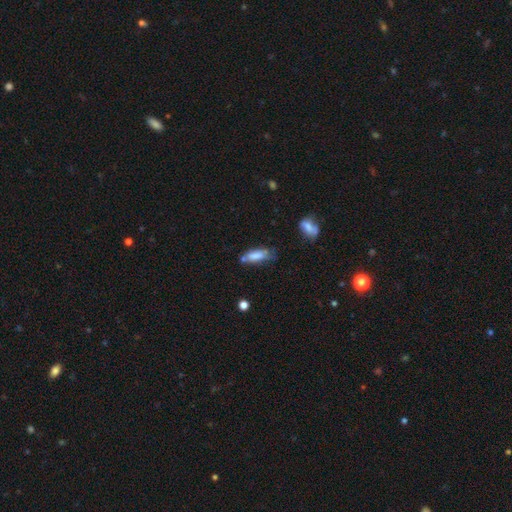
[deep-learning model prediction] Smooth or featured? smooth (72%)
How rounded? in between (63%)
Merging? none (41%)